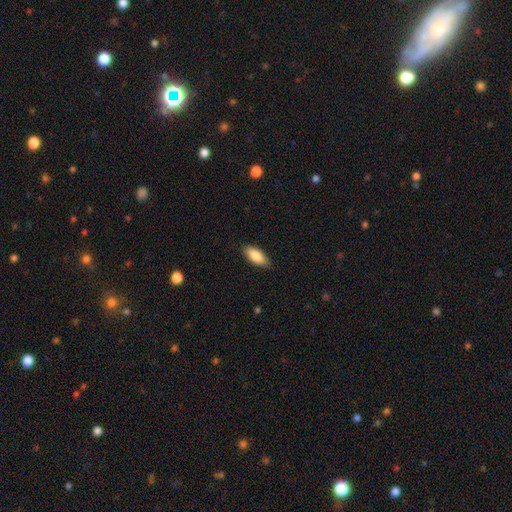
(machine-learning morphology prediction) smooth 86%, featured or disk 8%, star or artifact 6%. Down the decision tree: how rounded — in between (84%); merging — none (85%).